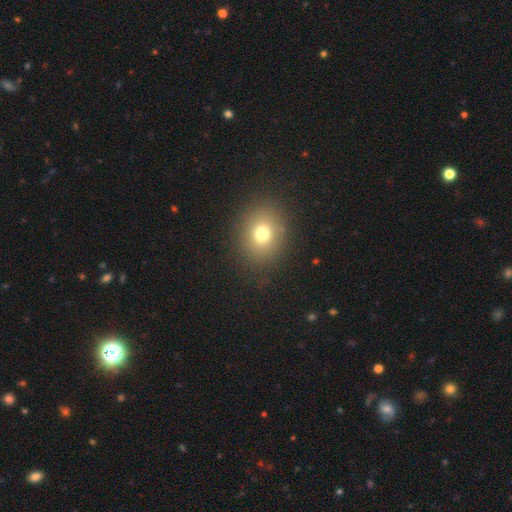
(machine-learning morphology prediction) Q: Smooth or featured?
A: smooth (70%); runner-up: star or artifact (21%)
Q: How rounded?
A: round (61%); runner-up: in between (38%)
Q: Merging?
A: none (91%); runner-up: minor disturbance (6%)